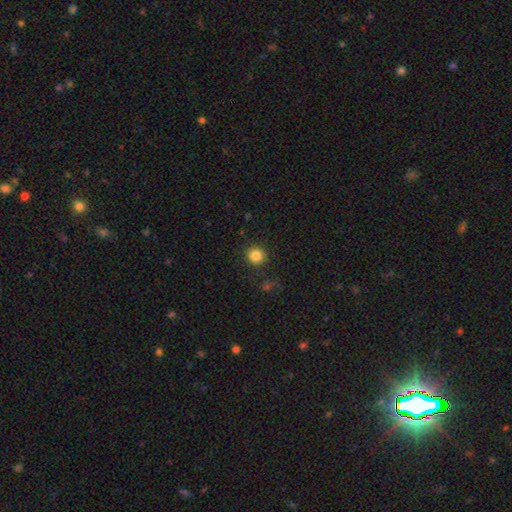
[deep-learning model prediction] Smooth or featured? Predicted: smooth (p=0.84). How rounded? Predicted: round (p=0.94). Merging? Predicted: none (p=0.89).